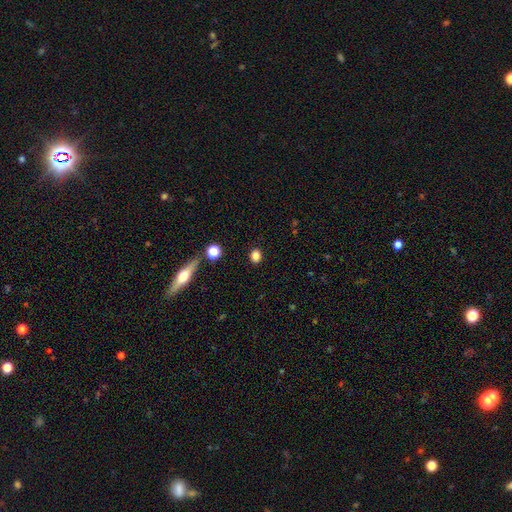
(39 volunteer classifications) Volunteers were most divided on "how rounded": round: 50%, in between: 47%, cigar-shaped: 3%. More confident: smooth or featured — smooth (92%); merging — none (86%).